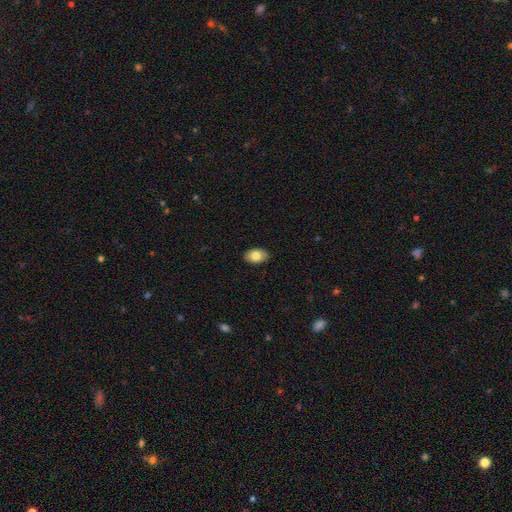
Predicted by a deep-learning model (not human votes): Smooth or featured? Predicted: smooth (p=0.79). How rounded? Predicted: in between (p=0.90). Merging? Predicted: none (p=0.88).